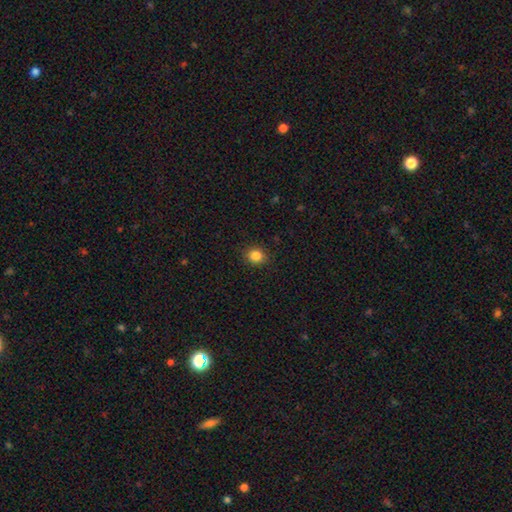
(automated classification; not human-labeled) Smooth or featured? Predicted: smooth (p=0.85). How rounded? Predicted: round (p=0.76). Merging? Predicted: none (p=0.89).